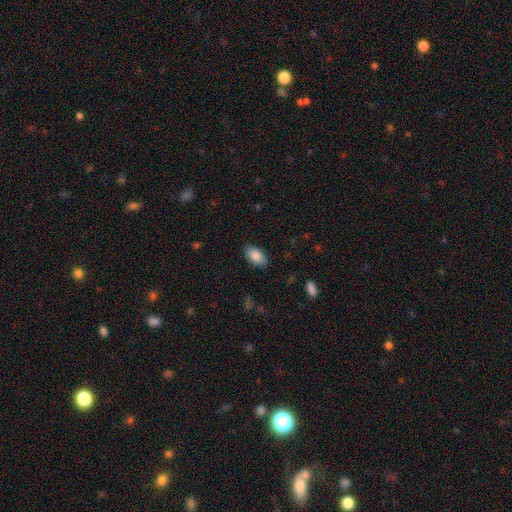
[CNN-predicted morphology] This is clearly a smooth galaxy (88%). How rounded: clearly in between (94%). Merging: clearly none (87%).